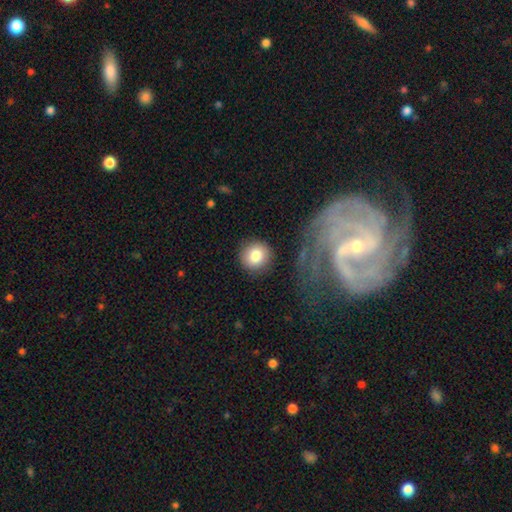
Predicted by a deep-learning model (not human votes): A smooth galaxy with no disk features (83%) that is round (90%). Merging: none (87%).